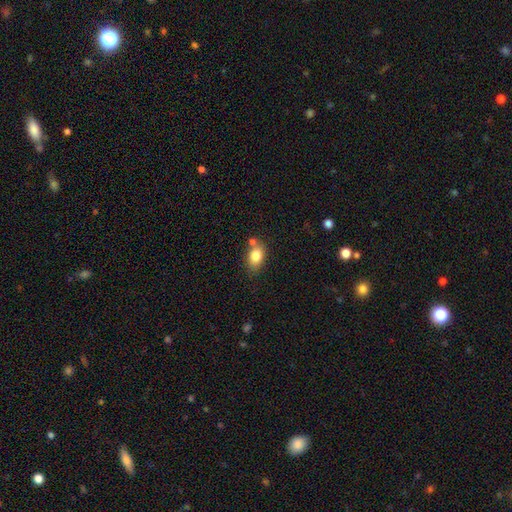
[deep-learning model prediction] This is clearly a smooth galaxy (82%). How rounded: likely in between (79%). Merging: likely none (63%).